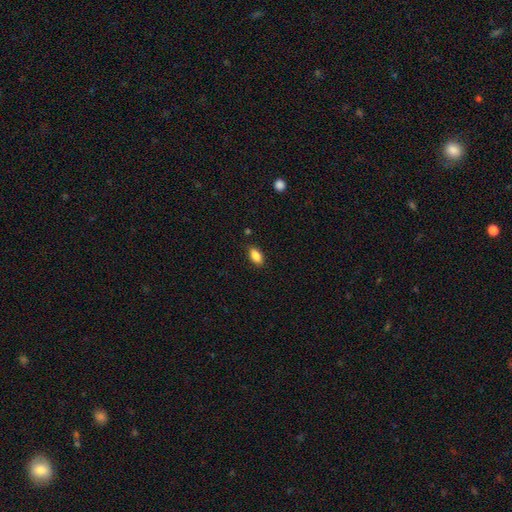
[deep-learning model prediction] Q: Smooth or featured?
A: smooth (87%); runner-up: star or artifact (8%)
Q: How rounded?
A: in between (90%); runner-up: cigar-shaped (5%)
Q: Merging?
A: none (85%); runner-up: minor disturbance (11%)